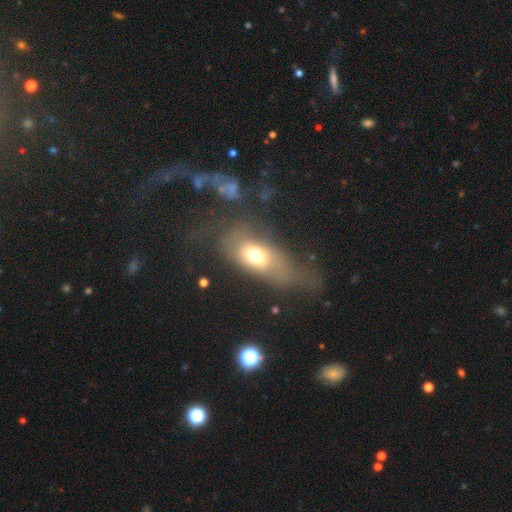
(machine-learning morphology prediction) smooth 63%, featured or disk 25%, star or artifact 12%. Down the decision tree: how rounded — in between (77%); merging — major disturbance (40%).